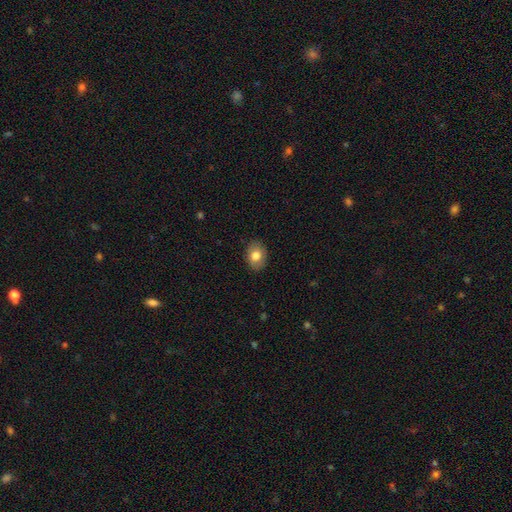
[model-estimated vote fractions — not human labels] The model was most divided on "how rounded": in between: 69%, round: 30%, cigar-shaped: 1%. More confident: merging — none (87%); smooth or featured — smooth (80%).